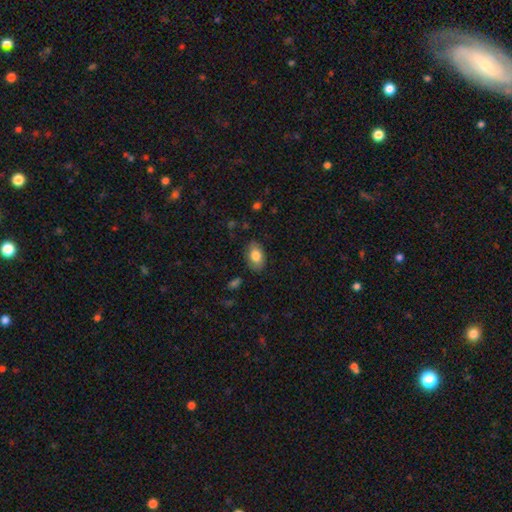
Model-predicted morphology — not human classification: smooth 80%, featured or disk 13%, star or artifact 7%. Down the decision tree: how rounded — in between (89%); merging — none (82%).